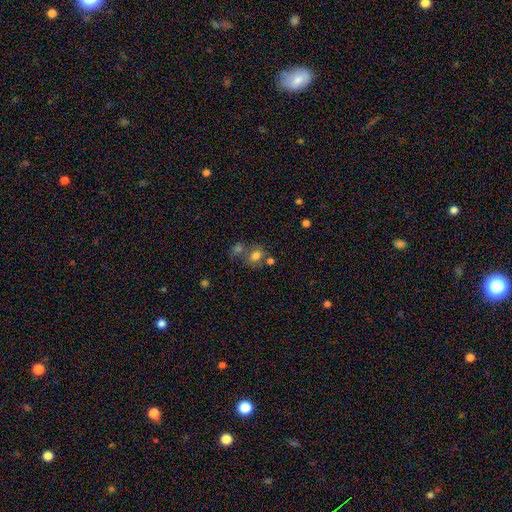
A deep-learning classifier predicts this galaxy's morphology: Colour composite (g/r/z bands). It shows a smooth galaxy with no disk features (72%) that is in between round and cigar-shaped (50%). Merging: none (43%).